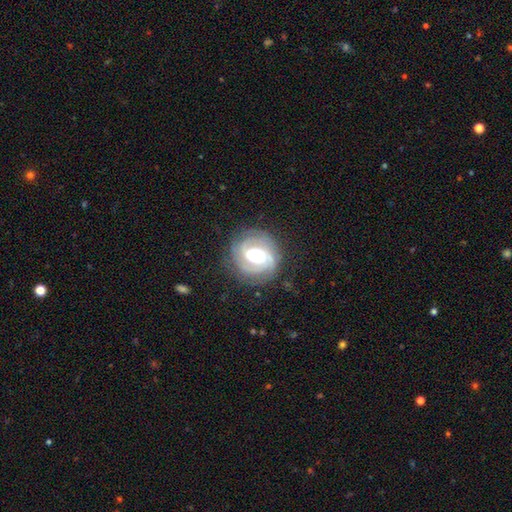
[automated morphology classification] smooth_or_featured: featured or disk (p=0.85) [alt: smooth p=0.10]
disk_edge_on: no (p=0.98) [alt: yes p=0.02]
bar: weak (p=0.44) [alt: strong p=0.30]
has_spiral_arms: yes (p=0.96) [alt: no p=0.04]
spiral_winding: tight (p=0.56) [alt: medium p=0.36]
spiral_arm_count: 2 (p=0.51) [alt: 3 p=0.25]
bulge_size: moderate (p=0.59) [alt: large p=0.29]
merging: none (p=0.80) [alt: minor disturbance p=0.13]